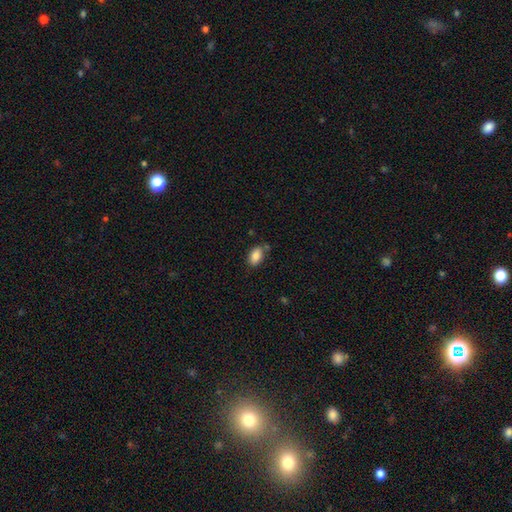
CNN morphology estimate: This is clearly a smooth galaxy (87%). How rounded: clearly in between (91%). Merging: likely none (74%).